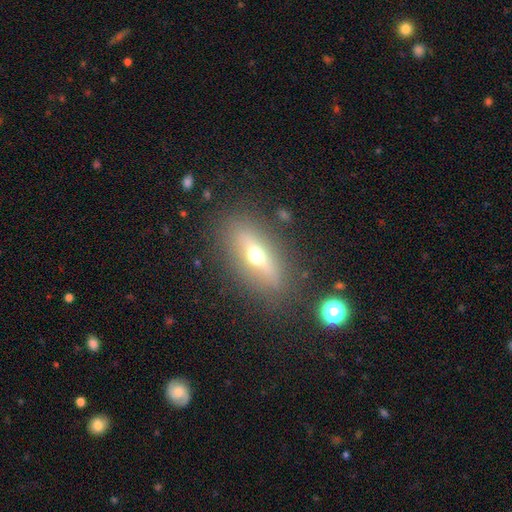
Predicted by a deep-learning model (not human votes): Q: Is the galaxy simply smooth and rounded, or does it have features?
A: featured or disk — 45%.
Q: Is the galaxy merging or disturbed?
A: none — 81%.